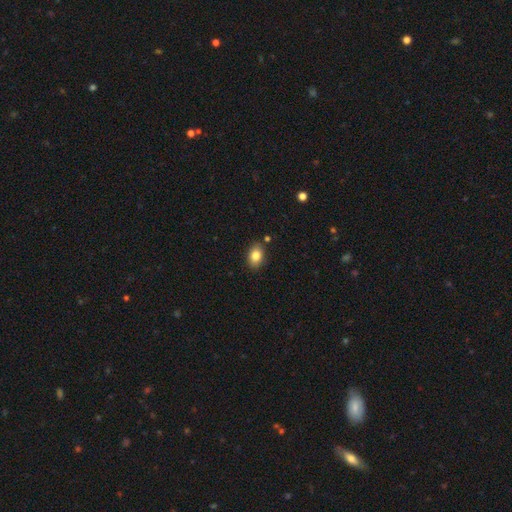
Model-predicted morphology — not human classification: smooth_or_featured: smooth (p=0.83) [alt: star or artifact p=0.09]
how_rounded: in between (p=0.80) [alt: round p=0.19]
merging: none (p=0.84) [alt: minor disturbance p=0.11]